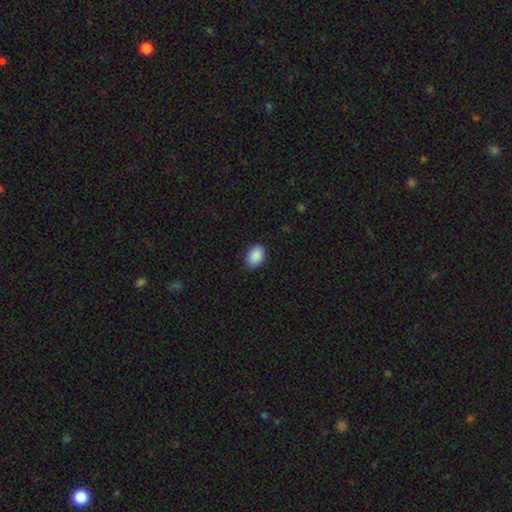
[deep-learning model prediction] Smooth or featured?
  - smooth: 90% *
  - star or artifact: 7%
  - featured or disk: 3%
How rounded?
  - in between: 85% *
  - round: 14%
  - cigar-shaped: 1%
Merging?
  - none: 84% *
  - minor disturbance: 12%
  - major disturbance: 2%
  - merger: 1%